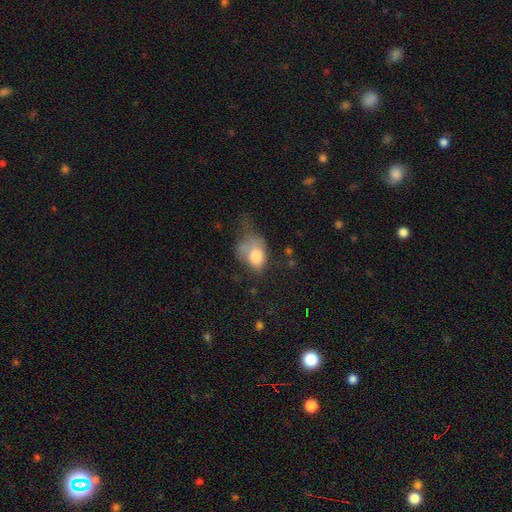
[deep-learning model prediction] A smooth galaxy with no disk features (73%) that is in between round and cigar-shaped (71%).

Vote fractions:
- Smooth or featured? smooth: 73% / featured or disk: 18% / star or artifact: 9%
- How rounded? in between: 71% / round: 28% / cigar-shaped: 1%
- Merging? major disturbance: 42% / minor disturbance: 26% / none: 19% / merger: 12%